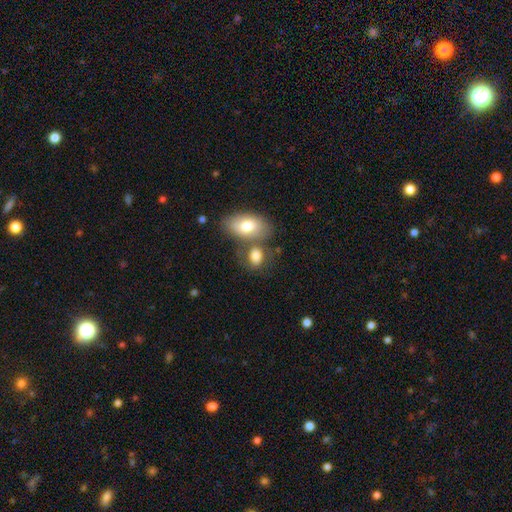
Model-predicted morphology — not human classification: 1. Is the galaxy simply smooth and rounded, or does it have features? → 79% smooth, 14% featured or disk, 8% star or artifact.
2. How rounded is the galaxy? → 77% in between, 22% round, 2% cigar-shaped.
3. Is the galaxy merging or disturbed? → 47% none, 32% merger, 14% minor disturbance, 6% major disturbance.